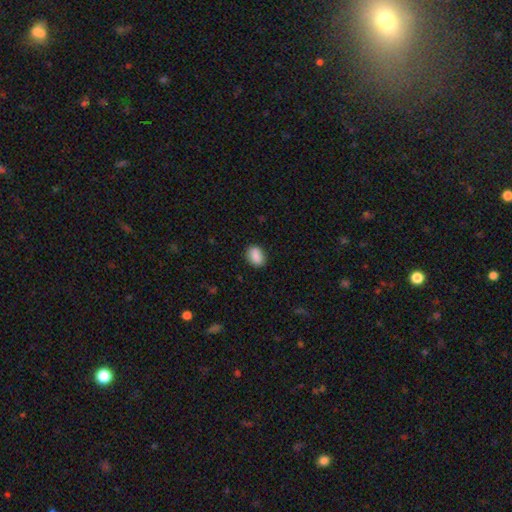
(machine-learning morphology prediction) Smooth or featured: smooth — 88% (star or artifact — 8%)
How rounded: in between — 77% (round — 21%)
Merging: none — 85% (minor disturbance — 11%)